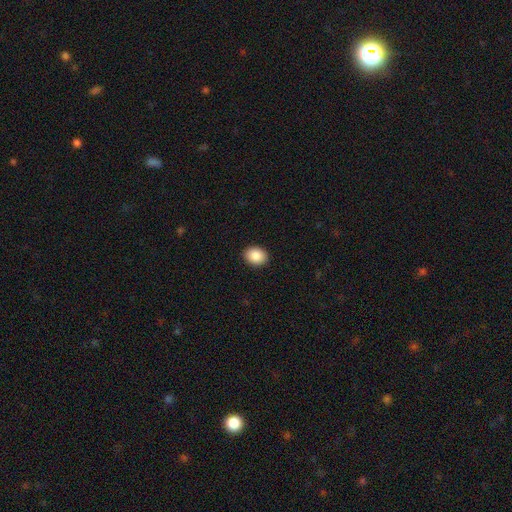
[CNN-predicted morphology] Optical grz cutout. It shows a smooth galaxy with no disk features (88%) that is in between round and cigar-shaped (59%). Merging: none (91%).